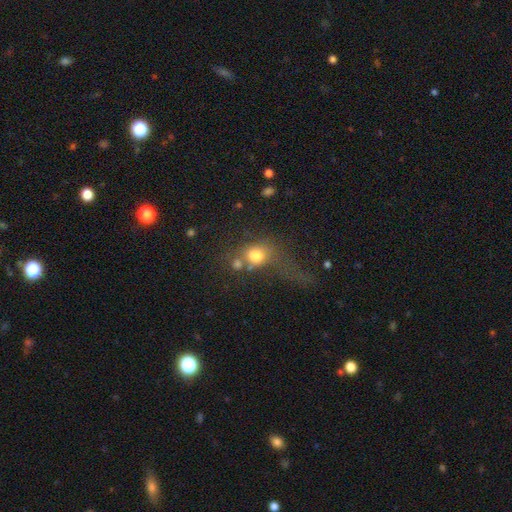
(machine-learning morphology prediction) Q: Smooth or featured?
A: smooth (68%); runner-up: featured or disk (17%)
Q: How rounded?
A: round (55%); runner-up: in between (42%)
Q: Merging?
A: merger (33%); runner-up: major disturbance (29%)